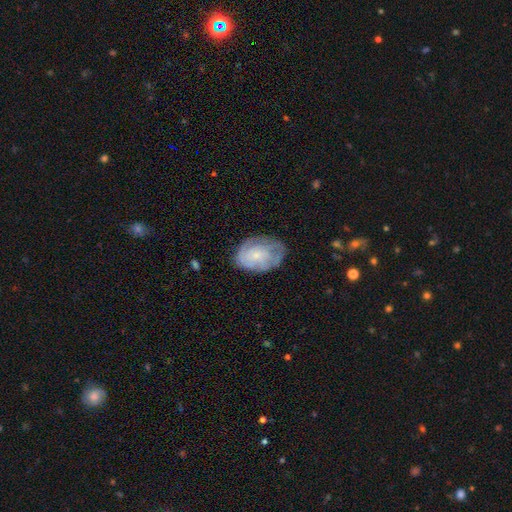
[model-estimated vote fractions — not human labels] This appears to be a featured or disk galaxy (57%) with no bar (79%), spiral arms (76%) and a small central bulge (69%). Merging: none (63%).